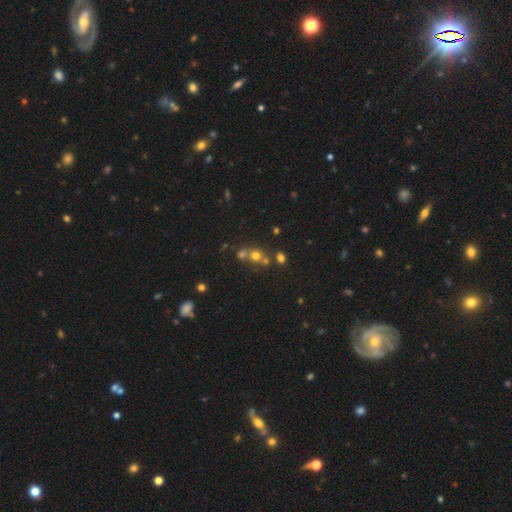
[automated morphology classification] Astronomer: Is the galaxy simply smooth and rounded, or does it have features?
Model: smooth — 61%.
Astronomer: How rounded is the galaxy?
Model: round — 81%.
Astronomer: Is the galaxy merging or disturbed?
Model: none — 47% (runner-up: merger, 41%).